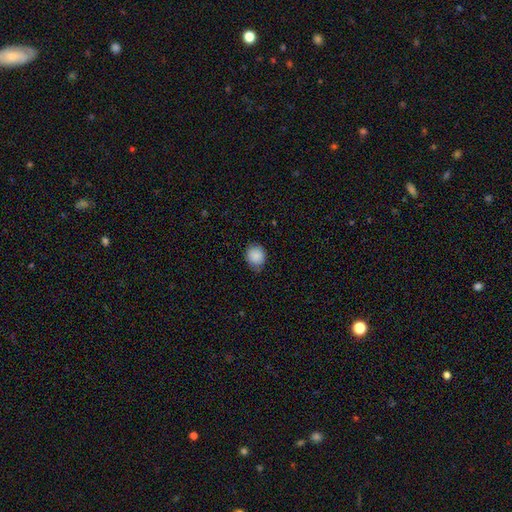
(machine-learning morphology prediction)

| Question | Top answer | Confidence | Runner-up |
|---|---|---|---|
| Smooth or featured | smooth | 88% | star or artifact (8%) |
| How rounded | round | 76% | in between (24%) |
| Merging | none | 77% | minor disturbance (19%) |